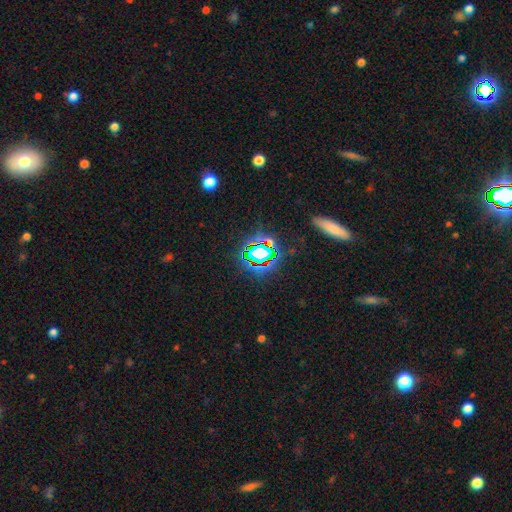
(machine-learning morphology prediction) A star or artifact, not a galaxy (71%).